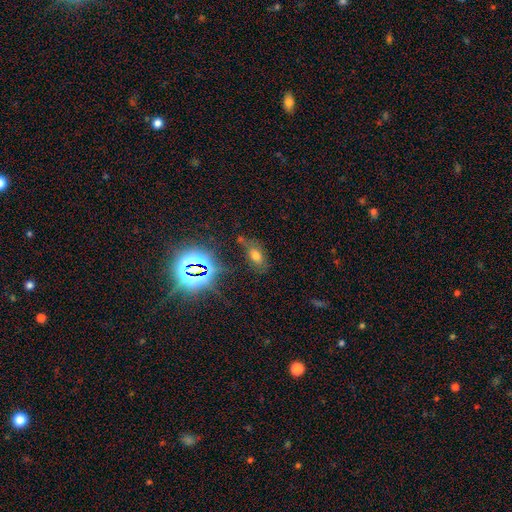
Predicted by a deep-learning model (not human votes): Overall: smooth (57%; star or artifact 30%). How rounded: in between (85%). Merging: none (61%; minor disturbance 22%).